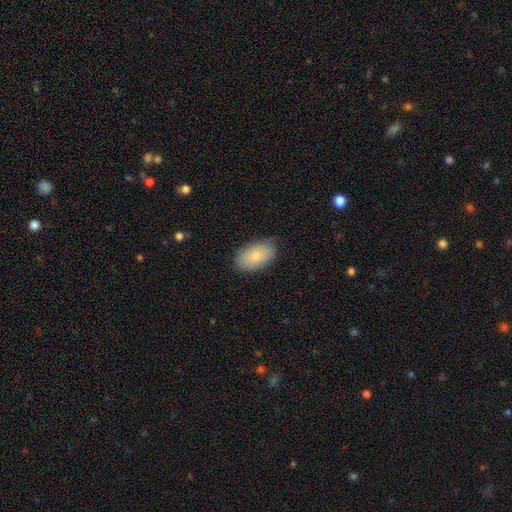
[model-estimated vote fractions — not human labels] This appears to be a smooth galaxy with no disk features (79%) that is in between round and cigar-shaped (93%). Merging: none (83%).